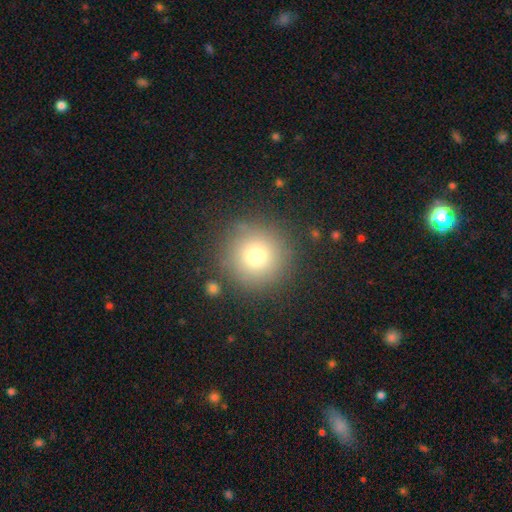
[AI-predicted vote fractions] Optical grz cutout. It shows a smooth galaxy with no disk features (74%) that is round (95%). Merging: none (87%).